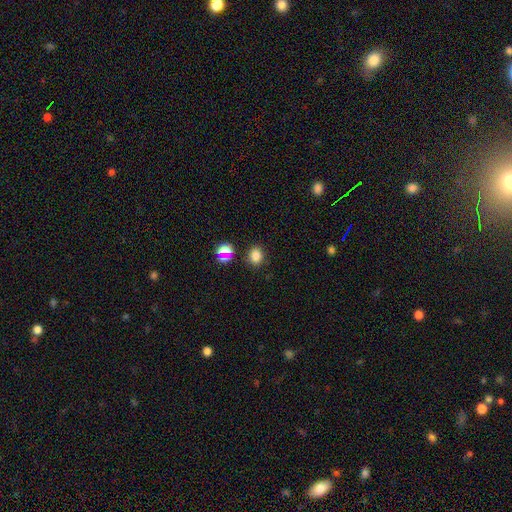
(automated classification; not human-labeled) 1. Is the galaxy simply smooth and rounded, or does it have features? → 78% smooth, 16% star or artifact, 6% featured or disk.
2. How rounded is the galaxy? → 51% round, 48% in between, 1% cigar-shaped.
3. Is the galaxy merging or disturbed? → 82% none, 10% minor disturbance, 6% merger, 3% major disturbance.